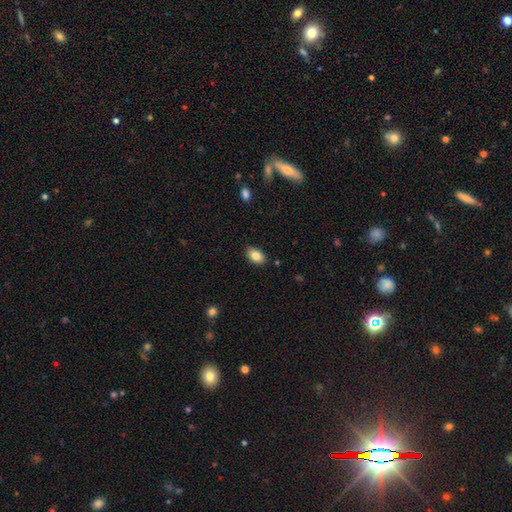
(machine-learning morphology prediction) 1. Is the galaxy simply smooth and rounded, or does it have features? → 84% smooth, 8% featured or disk, 8% star or artifact.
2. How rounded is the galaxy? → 88% in between, 11% round, 1% cigar-shaped.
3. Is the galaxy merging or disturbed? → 87% none, 10% minor disturbance, 2% major disturbance, 1% merger.